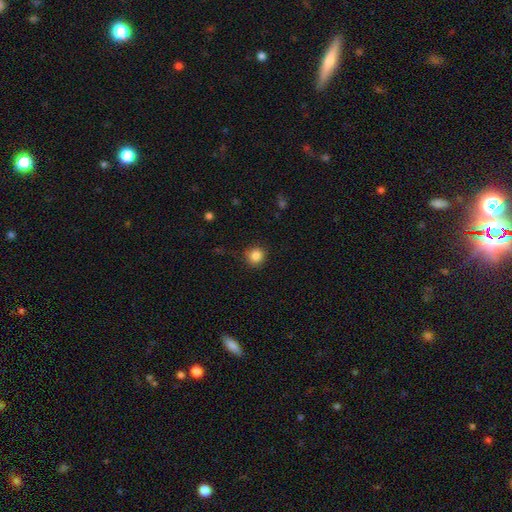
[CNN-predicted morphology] Overall: smooth (85%). How rounded: round (93%). Merging: none (88%).